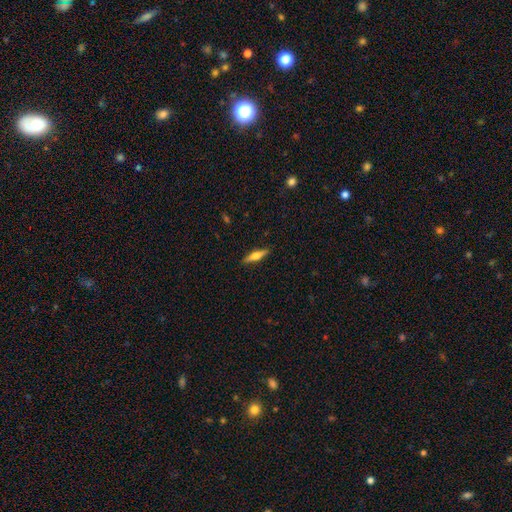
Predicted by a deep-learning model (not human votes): This is possibly a smooth galaxy (47%, tied with featured or disk). Merging: clearly none (89%).